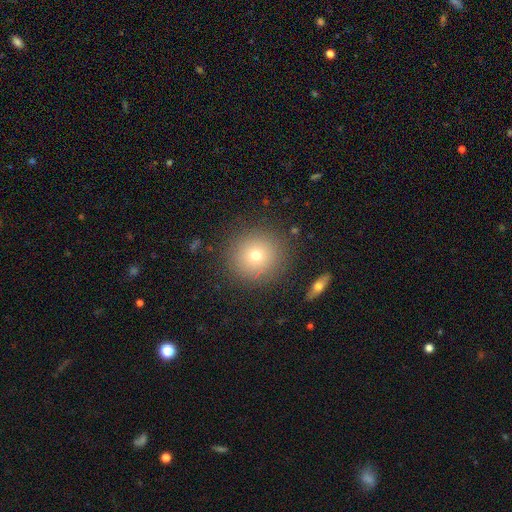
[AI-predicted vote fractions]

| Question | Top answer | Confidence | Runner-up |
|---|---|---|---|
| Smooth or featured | smooth | 71% | featured or disk (15%) |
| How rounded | round | 93% | in between (6%) |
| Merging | none | 87% | minor disturbance (7%) |